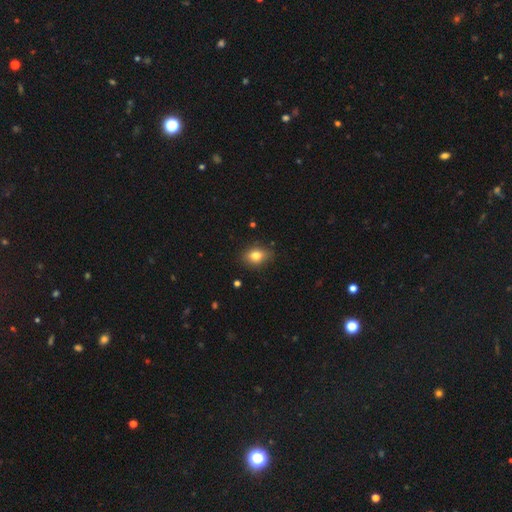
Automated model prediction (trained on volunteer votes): The model was most divided on "how rounded": in between: 69%, round: 29%, cigar-shaped: 2%. More confident: merging — none (82%); smooth or featured — smooth (81%).